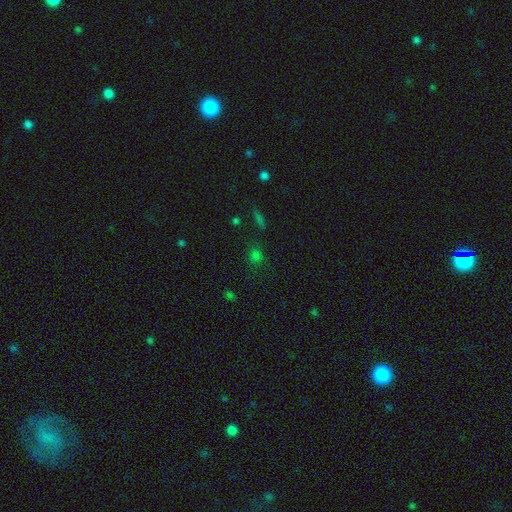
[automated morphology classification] A smooth galaxy with no disk features (62%) that is round (71%). Merging: none (74%).